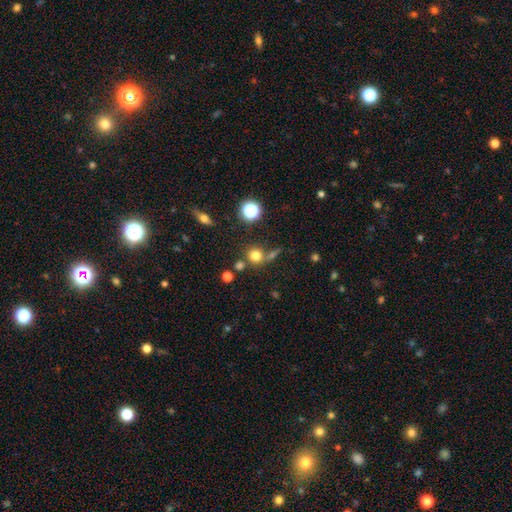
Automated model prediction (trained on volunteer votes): This appears to be a smooth galaxy with no disk features (74%) that is round (89%). Merging: none (65%).